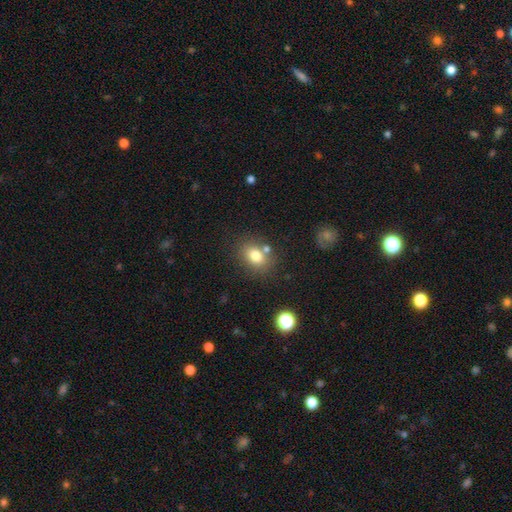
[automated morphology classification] Smooth or featured?
  - smooth: 78% *
  - star or artifact: 12%
  - featured or disk: 10%
How rounded?
  - in between: 55% *
  - round: 43%
  - cigar-shaped: 1%
Merging?
  - none: 70% *
  - minor disturbance: 13%
  - merger: 12%
  - major disturbance: 4%